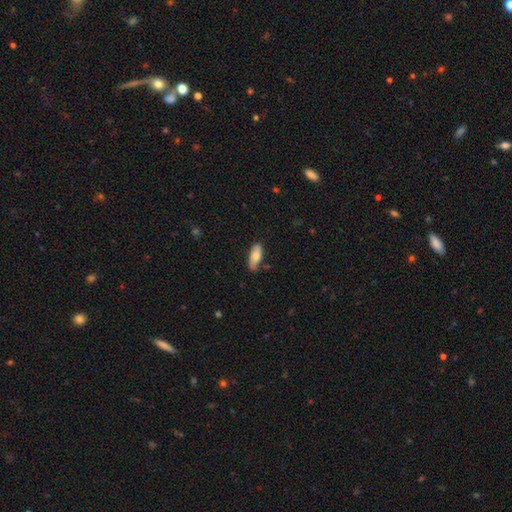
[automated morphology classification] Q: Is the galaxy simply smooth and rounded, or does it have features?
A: smooth — 72%.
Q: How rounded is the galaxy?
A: in between — 80%.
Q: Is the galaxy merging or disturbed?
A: none — 66%.